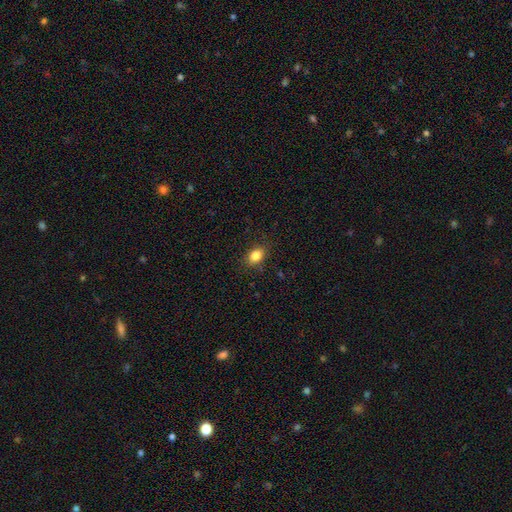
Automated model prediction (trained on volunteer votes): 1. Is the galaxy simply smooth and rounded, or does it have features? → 84% smooth, 10% star or artifact, 6% featured or disk.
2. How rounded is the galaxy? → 75% in between, 24% round, 2% cigar-shaped.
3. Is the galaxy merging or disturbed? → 86% none, 11% minor disturbance, 3% major disturbance, 1% merger.